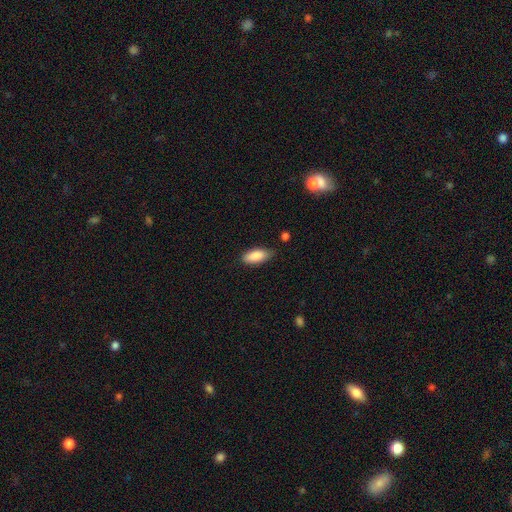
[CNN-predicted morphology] The model was most divided on "merging": none: 74%, minor disturbance: 21%, major disturbance: 3%, merger: 2%. More confident: smooth or featured — smooth (87%); how rounded — in between (84%).